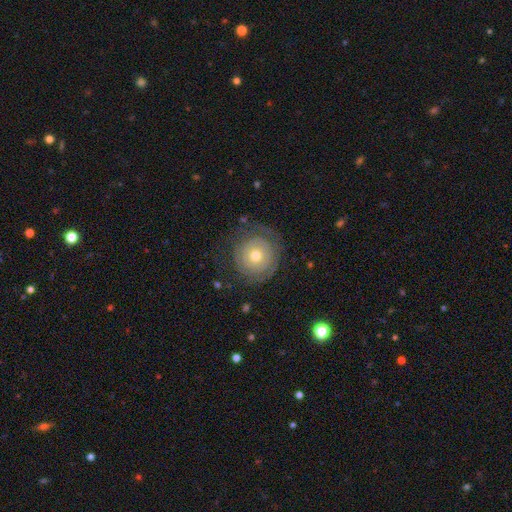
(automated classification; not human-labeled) Smooth or featured? Predicted: featured or disk (p=0.58). Edge-on disk? Predicted: no (p=0.96). Bar? Predicted: no (p=0.88). Spiral arms? Predicted: yes (p=0.64). Bulge size? Predicted: moderate (p=0.64). Merging? Predicted: none (p=0.72).